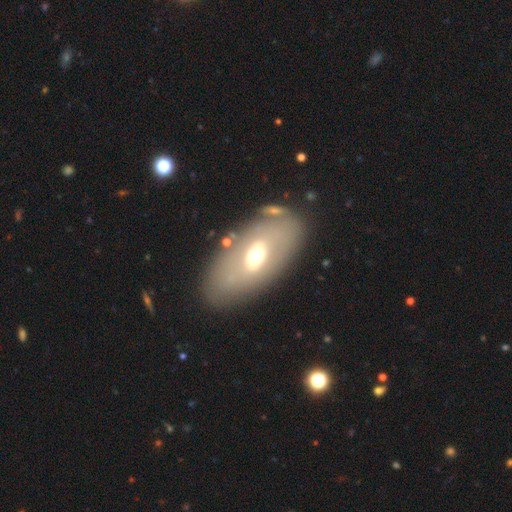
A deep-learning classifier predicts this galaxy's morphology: Smooth or featured? smooth (46%, tied with featured or disk)
Merging? none (76%)